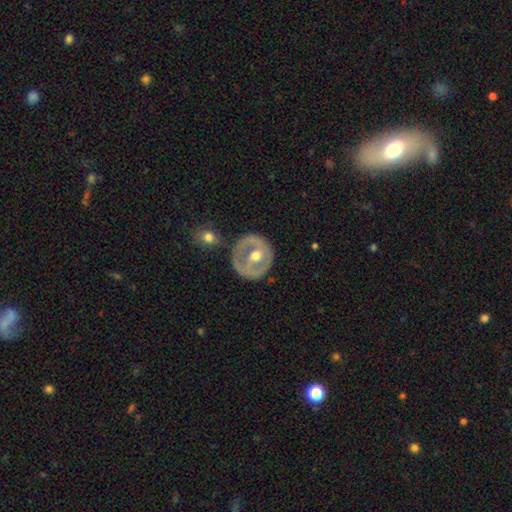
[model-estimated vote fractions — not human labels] This appears to be a featured or disk galaxy (64%) with no bar (53%), no spiral arms (77%) and a moderate central bulge (79%). Merging: none (78%).